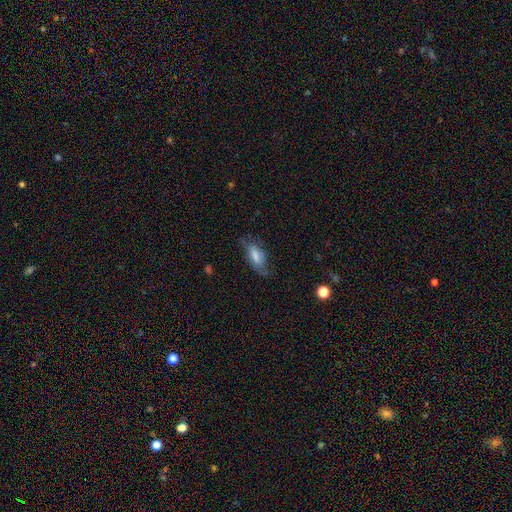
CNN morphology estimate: Smooth or featured? smooth (60%)
How rounded? in between (79%)
Merging? none (54%)